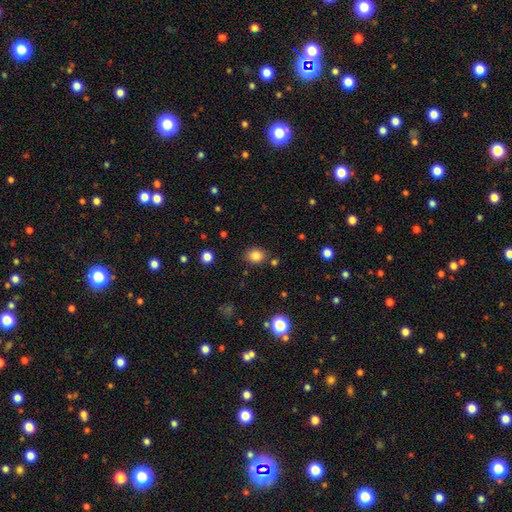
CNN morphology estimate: Smooth or featured: smooth — 83% (star or artifact — 12%)
How rounded: round — 59% (in between — 40%)
Merging: none — 82% (minor disturbance — 11%)